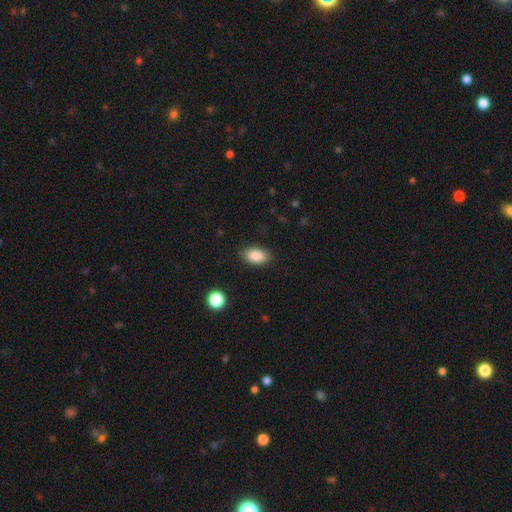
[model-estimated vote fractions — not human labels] smooth 86%, star or artifact 8%, featured or disk 6%. Down the decision tree: how rounded — in between (91%); merging — none (87%).